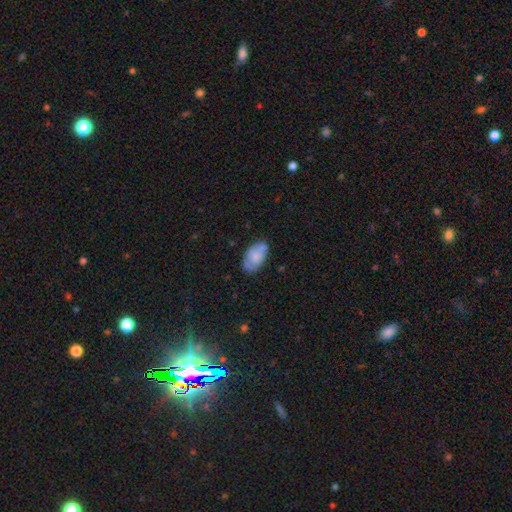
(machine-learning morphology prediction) This appears to be a smooth galaxy with no disk features (66%) that is in between round and cigar-shaped (94%). Merging: none (63%).